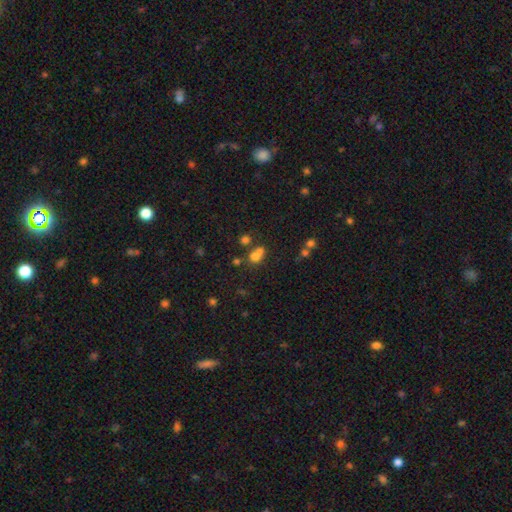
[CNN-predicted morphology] smooth 68%, star or artifact 18%, featured or disk 14%. Down the decision tree: how rounded — round (73%); merging — merger (50%).